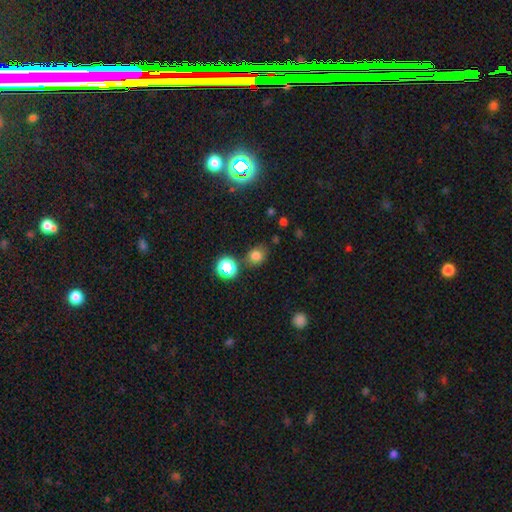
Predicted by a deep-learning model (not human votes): A smooth galaxy with no disk features (75%) that is round (63%).

Vote fractions:
- Smooth or featured? smooth: 75% / star or artifact: 18% / featured or disk: 6%
- How rounded? round: 63% / in between: 36% / cigar-shaped: 1%
- Merging? none: 74% / minor disturbance: 15% / merger: 7% / major disturbance: 4%